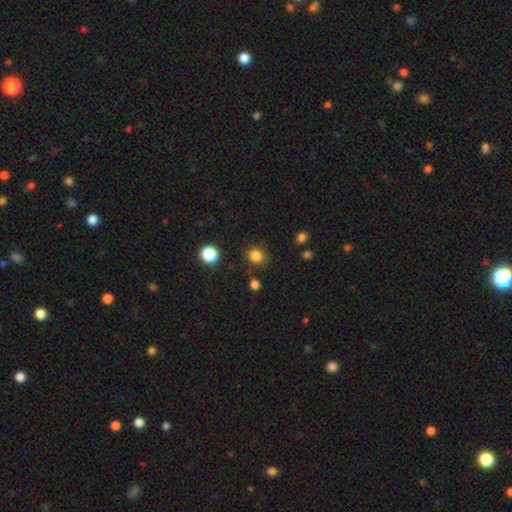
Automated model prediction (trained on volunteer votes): Q: Smooth or featured?
A: smooth (83%); runner-up: star or artifact (13%)
Q: How rounded?
A: round (84%); runner-up: in between (15%)
Q: Merging?
A: none (84%); runner-up: minor disturbance (9%)